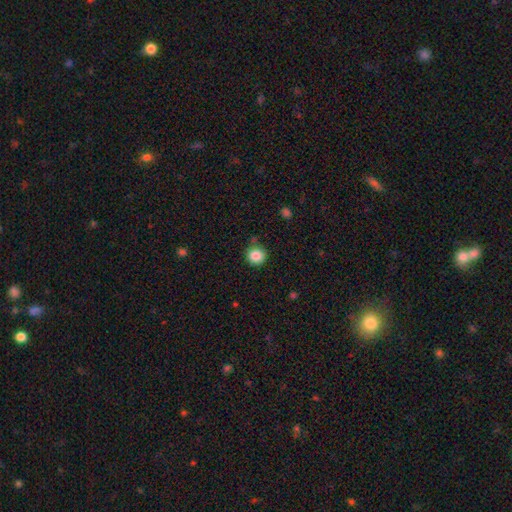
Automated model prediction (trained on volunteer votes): Smooth or featured? Predicted: smooth (p=0.86). How rounded? Predicted: round (p=0.90). Merging? Predicted: none (p=0.83).